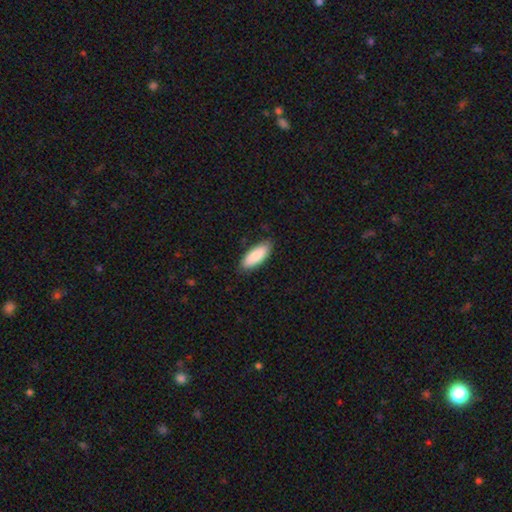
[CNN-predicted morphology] smooth 87%, featured or disk 8%, star or artifact 5%. Down the decision tree: how rounded — in between (78%); merging — none (86%).